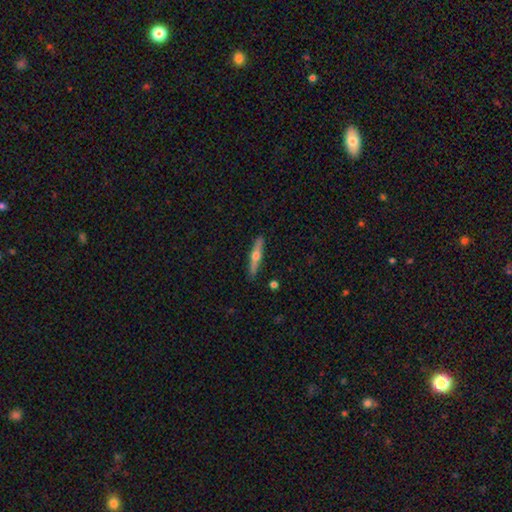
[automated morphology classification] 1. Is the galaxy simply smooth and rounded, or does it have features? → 59% featured or disk, 35% smooth, 6% star or artifact.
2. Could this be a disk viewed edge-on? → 95% yes, 5% no.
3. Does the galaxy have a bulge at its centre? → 93% rounded, 5% none, 2% boxy.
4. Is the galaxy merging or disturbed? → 89% none, 8% minor disturbance, 2% major disturbance, 1% merger.